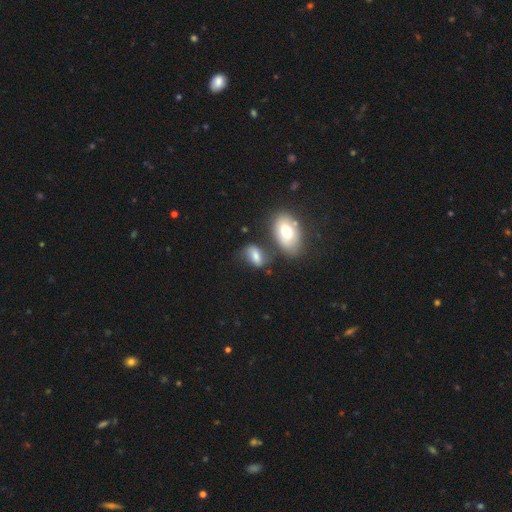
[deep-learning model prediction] The model was most divided on "merging": none: 56%, minor disturbance: 22%, merger: 14%, major disturbance: 8%. More confident: how rounded — in between (85%); smooth or featured — smooth (63%).